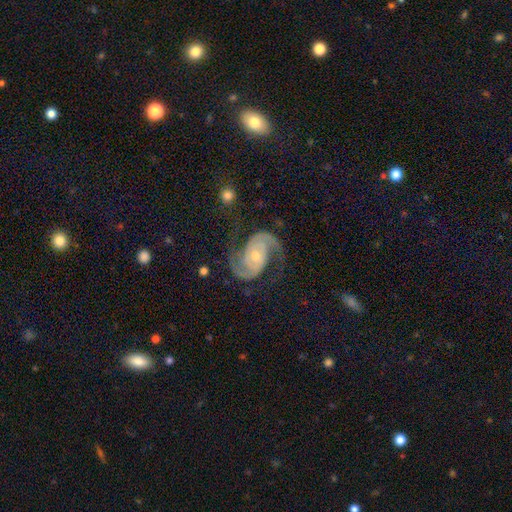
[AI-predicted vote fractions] A featured or disk galaxy (93%) with no bar (62%), 2 (94%) medium (56%) spiral arms (98%) and a small central bulge (51%).

Vote fractions:
- Smooth or featured? featured or disk: 93% / star or artifact: 4% / smooth: 3%
- Edge-on disk? no: 98% / yes: 2%
- Bar? no: 62% / weak: 28% / strong: 11%
- Spiral arms? yes: 98% / no: 2%
- Spiral winding? medium: 56% / tight: 25% / loose: 20%
- Spiral arm count? 2: 94% / can't tell: 2% / 3: 1% / 1: 1% / 4: 1% / more than 4: 1%
- Bulge size? small: 51% / moderate: 43% / large: 3% / none: 2% / dominant: 1%
- Merging? none: 76% / minor disturbance: 14% / major disturbance: 9% / merger: 2%